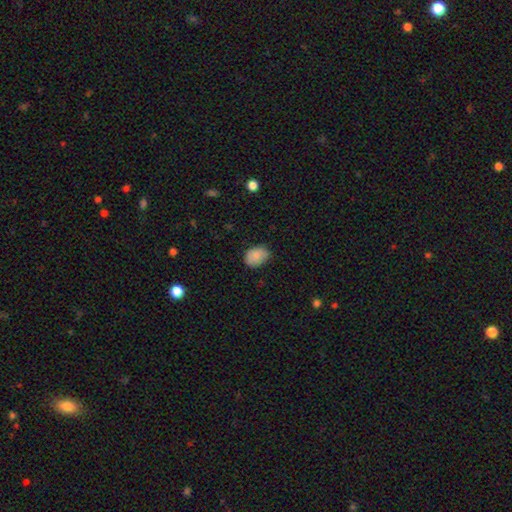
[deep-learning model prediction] Smooth or featured: smooth — 85% (star or artifact — 8%)
How rounded: in between — 71% (round — 28%)
Merging: none — 69% (minor disturbance — 26%)